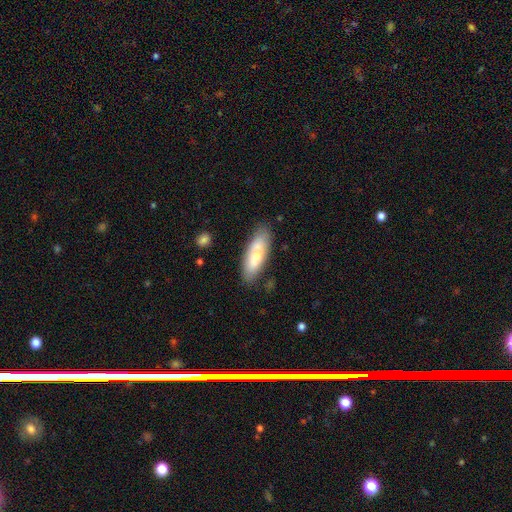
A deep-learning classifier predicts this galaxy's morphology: A smooth galaxy with no disk features (75%) that is in between round and cigar-shaped (54%).

Vote fractions:
- Smooth or featured? smooth: 75% / featured or disk: 19% / star or artifact: 6%
- How rounded? in between: 54% / cigar-shaped: 44% / round: 2%
- Merging? none: 74% / minor disturbance: 17% / merger: 4% / major disturbance: 4%